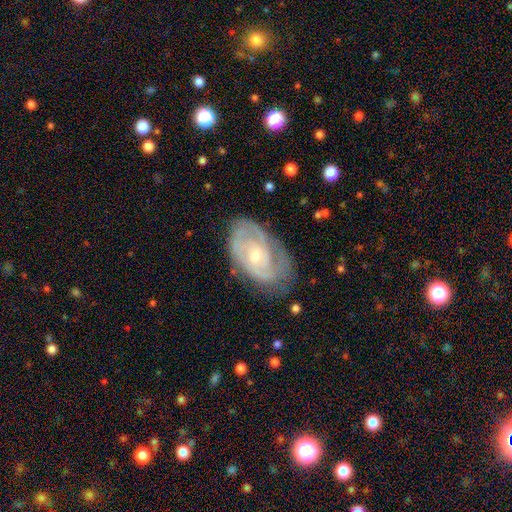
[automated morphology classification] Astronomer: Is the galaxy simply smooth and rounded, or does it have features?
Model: featured or disk — 82%.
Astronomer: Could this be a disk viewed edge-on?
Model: no — 96%.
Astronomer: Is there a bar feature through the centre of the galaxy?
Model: no — 65%.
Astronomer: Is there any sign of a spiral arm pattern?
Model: yes — 91%.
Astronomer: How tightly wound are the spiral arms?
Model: tight — 62%.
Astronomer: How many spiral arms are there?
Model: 2 — 43% (runner-up: can't tell, 31%).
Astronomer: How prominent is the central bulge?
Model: small — 57% (runner-up: moderate, 40%).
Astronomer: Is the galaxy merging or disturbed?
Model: none — 69%.